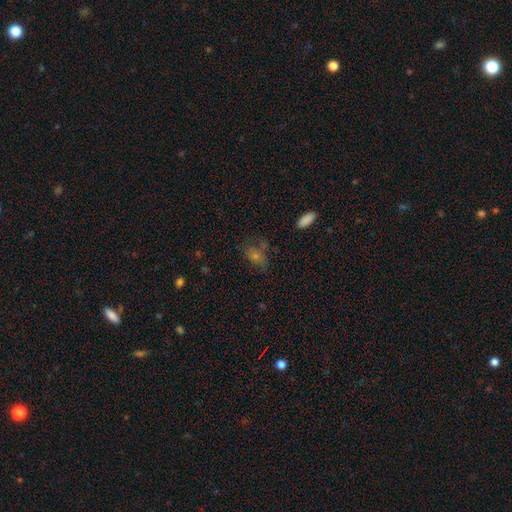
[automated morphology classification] Q: Smooth or featured?
A: smooth (50%); runner-up: star or artifact (27%)
Q: Merging?
A: none (61%); runner-up: minor disturbance (21%)